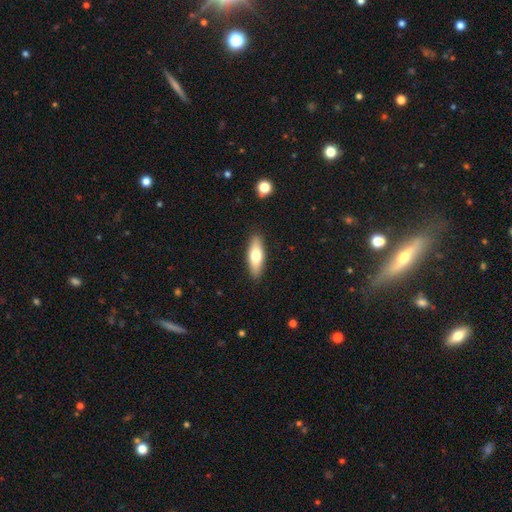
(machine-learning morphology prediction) Smooth or featured: smooth — 68% (featured or disk — 26%)
How rounded: in between — 59% (cigar-shaped — 38%)
Merging: none — 89% (minor disturbance — 8%)